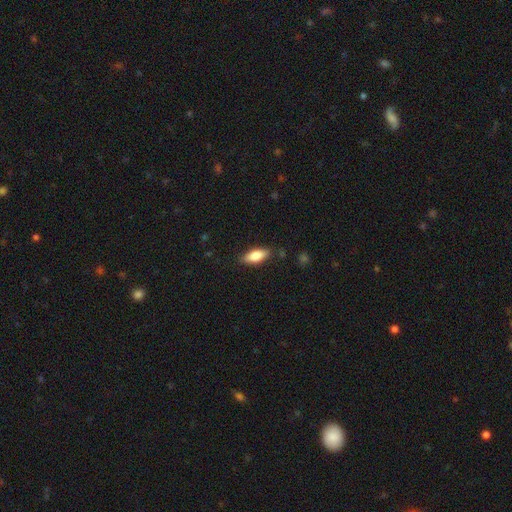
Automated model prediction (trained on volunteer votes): The model was most divided on "how rounded": in between: 76%, cigar-shaped: 22%, round: 2%. More confident: merging — none (84%); smooth or featured — smooth (78%).